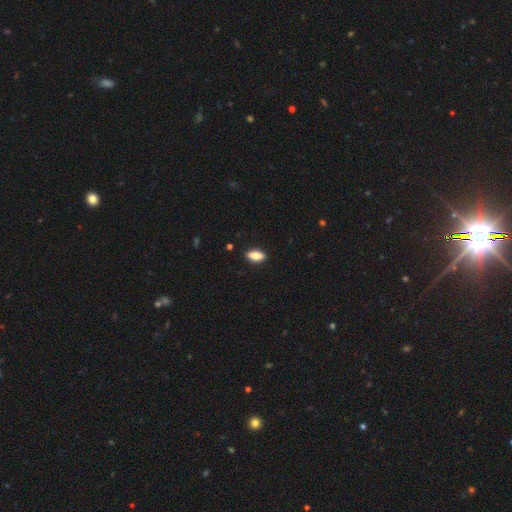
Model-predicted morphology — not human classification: smooth_or_featured: smooth (p=0.83) [alt: featured or disk p=0.10]
how_rounded: in between (p=0.86) [alt: cigar-shaped p=0.11]
merging: none (p=0.88) [alt: minor disturbance p=0.09]